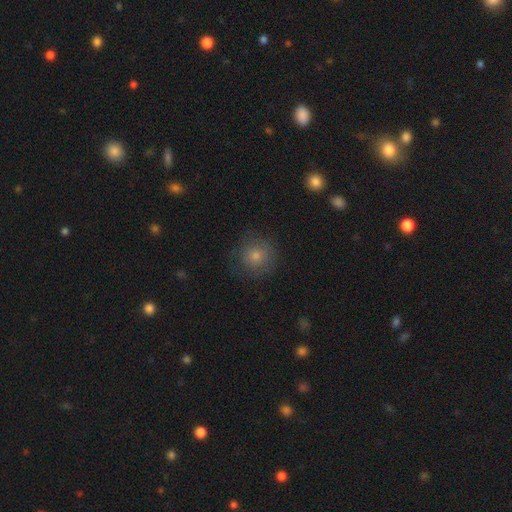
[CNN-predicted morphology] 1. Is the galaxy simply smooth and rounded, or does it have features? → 67% smooth, 17% star or artifact, 16% featured or disk.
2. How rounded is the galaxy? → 93% round, 6% in between, 1% cigar-shaped.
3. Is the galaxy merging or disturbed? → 82% none, 11% minor disturbance, 5% major disturbance, 1% merger.